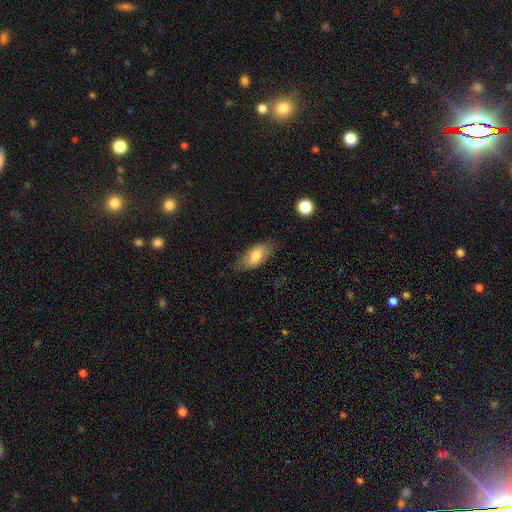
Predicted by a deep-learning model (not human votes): Smooth or featured? Predicted: smooth (p=0.74). How rounded? Predicted: in between (p=0.87). Merging? Predicted: none (p=0.77).